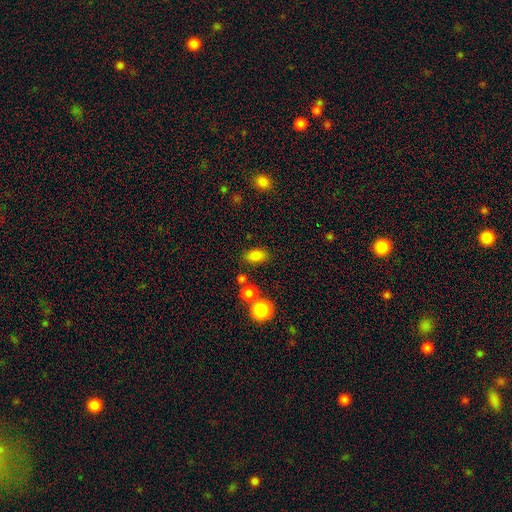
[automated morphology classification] Smooth or featured: smooth — 84% (star or artifact — 11%)
How rounded: in between — 86% (round — 11%)
Merging: none — 77% (minor disturbance — 12%)